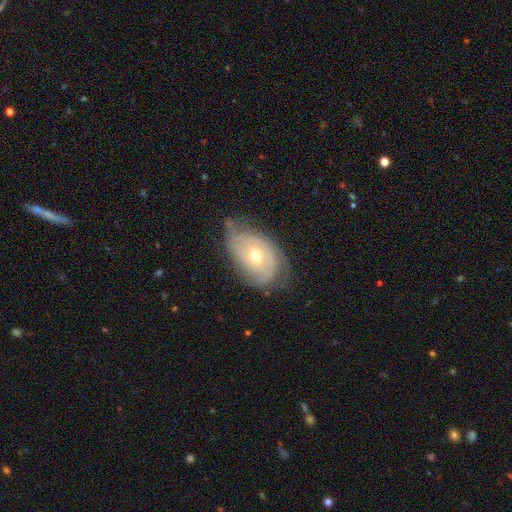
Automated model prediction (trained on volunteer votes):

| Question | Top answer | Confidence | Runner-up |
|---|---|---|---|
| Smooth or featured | featured or disk | 70% | smooth (23%) |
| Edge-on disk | no | 94% | yes (6%) |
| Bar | no | 78% | weak (18%) |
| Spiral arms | yes | 80% | no (20%) |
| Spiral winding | tight | 68% | medium (23%) |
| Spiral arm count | can't tell | 44% | 2 (33%) |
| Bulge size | moderate | 59% | small (37%) |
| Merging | none | 59% | minor disturbance (30%) |